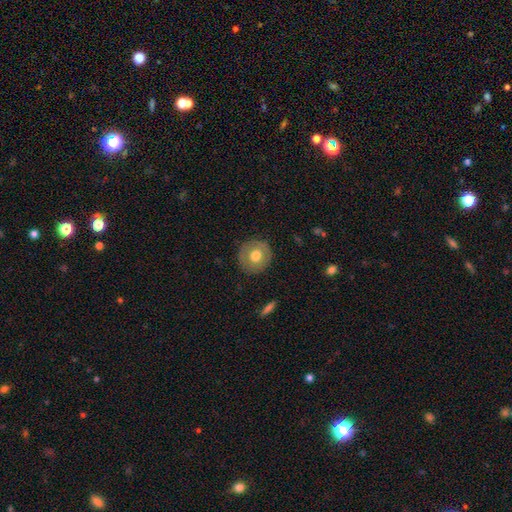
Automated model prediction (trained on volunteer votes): The model was most divided on "smooth or featured": smooth: 64%, featured or disk: 29%, star or artifact: 7%. More confident: how rounded — round (91%); merging — none (88%).